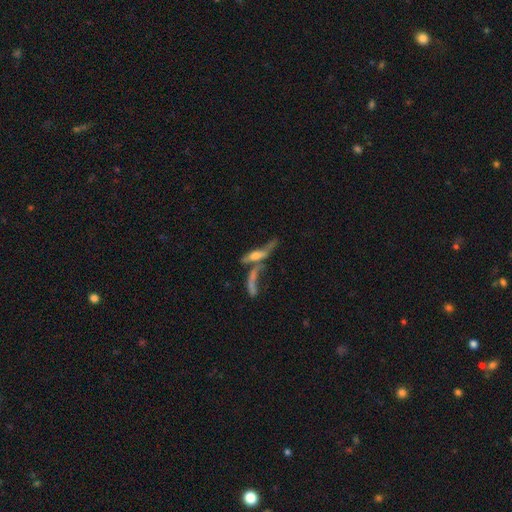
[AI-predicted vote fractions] featured or disk 56%, smooth 33%, star or artifact 11%. Down the decision tree: edge-on disk — yes (52%); merging — merger (47%).